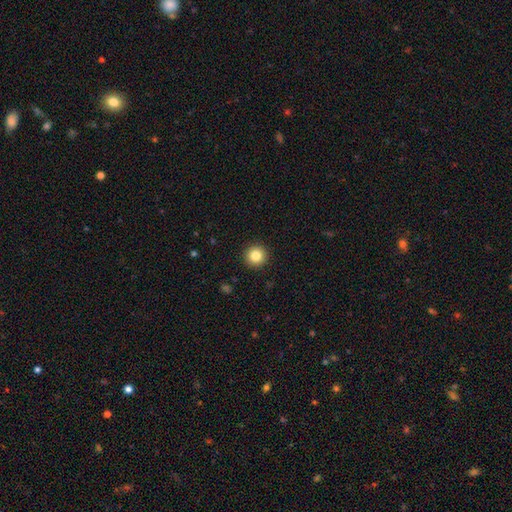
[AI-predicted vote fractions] smooth-or-featured: smooth: 84% | star or artifact: 11% | featured or disk: 6%
  how-rounded: round: 96% | in between: 3% | cigar-shaped: 1%
  merging: none: 93% | minor disturbance: 5% | major disturbance: 2% | merger: 1%